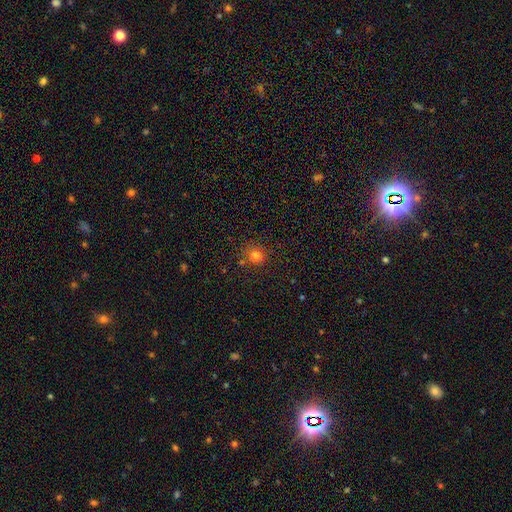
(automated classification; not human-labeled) smooth 78%, star or artifact 15%, featured or disk 6%. Down the decision tree: how rounded — round (87%); merging — none (81%).